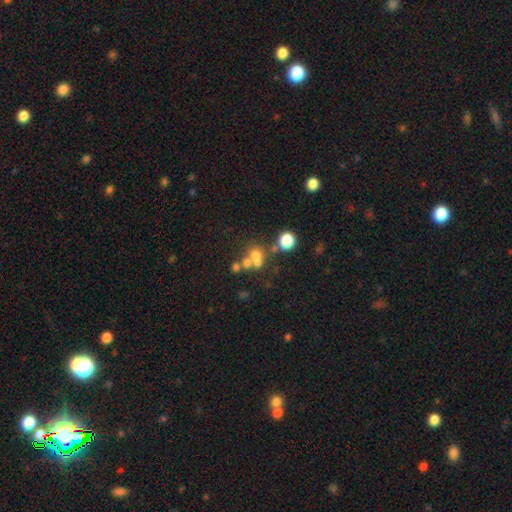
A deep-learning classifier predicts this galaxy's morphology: This is possibly a smooth galaxy (57%). How rounded: clearly round (83%). Merging: possibly merger (45%).